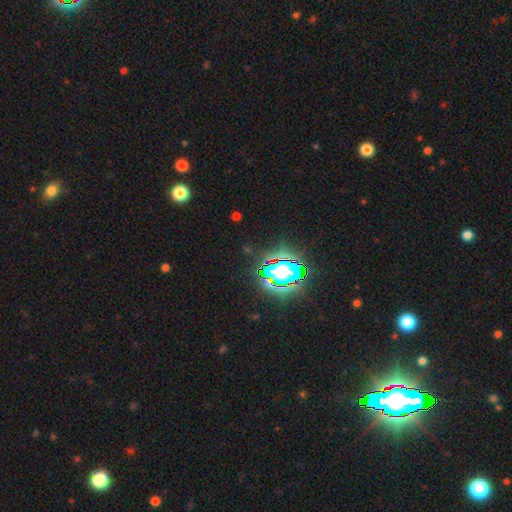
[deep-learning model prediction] Smooth or featured? star or artifact (80%)